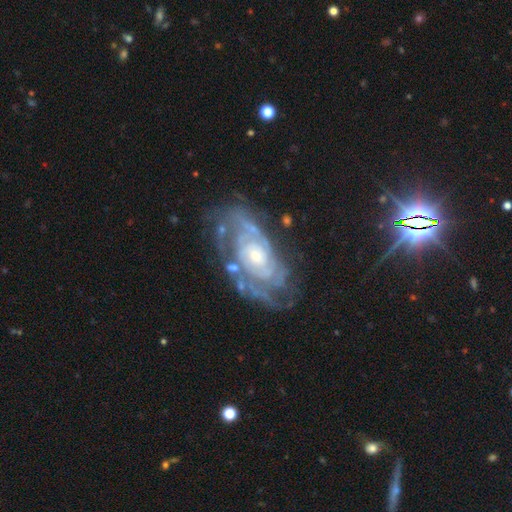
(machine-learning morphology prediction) Smooth or featured?
  - featured or disk: 88% *
  - star or artifact: 6%
  - smooth: 5%
Edge-on disk?
  - no: 95% *
  - yes: 5%
Bar?
  - no: 70% *
  - weak: 23%
  - strong: 7%
Spiral arms?
  - yes: 96% *
  - no: 4%
Spiral winding?
  - tight: 71% *
  - medium: 24%
  - loose: 5%
Spiral arm count?
  - 2: 32% *
  - can't tell: 30%
  - 3: 17%
  - 4: 9%
  - more than 4: 6%
  - 1: 5%
Bulge size?
  - small: 52% *
  - moderate: 41%
  - large: 4%
  - none: 2%
  - dominant: 1%
Merging?
  - none: 69% *
  - minor disturbance: 19%
  - major disturbance: 10%
  - merger: 3%